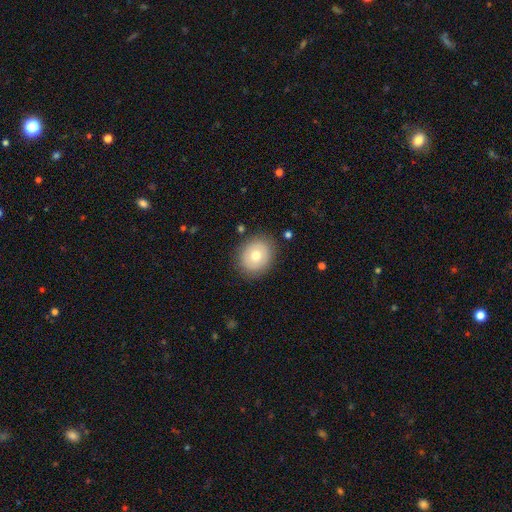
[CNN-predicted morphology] type=smooth (70%); roundness=round (68%); merging=none (85%).